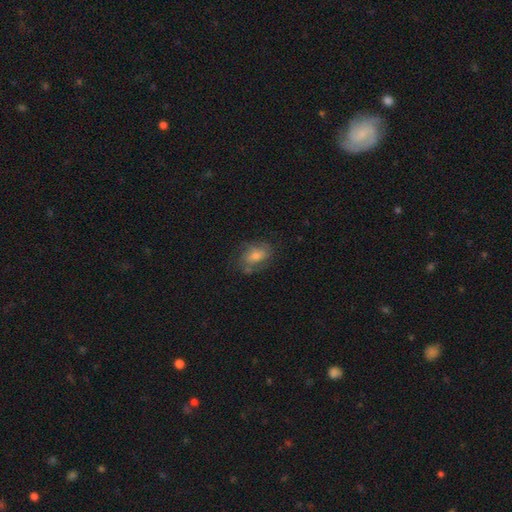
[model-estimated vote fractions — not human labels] Morphology: type=featured or disk (45%); merging=none (64%).